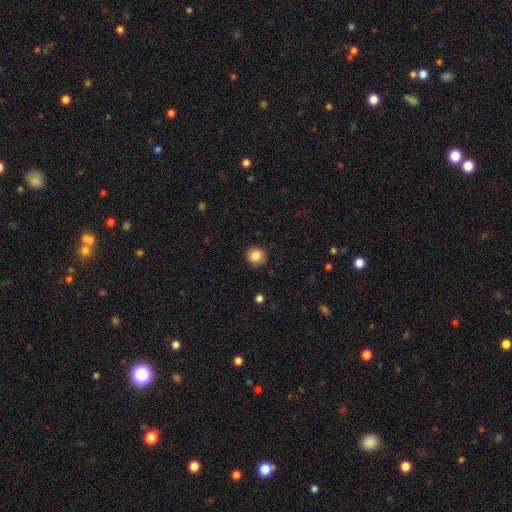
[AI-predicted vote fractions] A smooth galaxy with no disk features (85%) that is round (87%). Merging: none (88%).